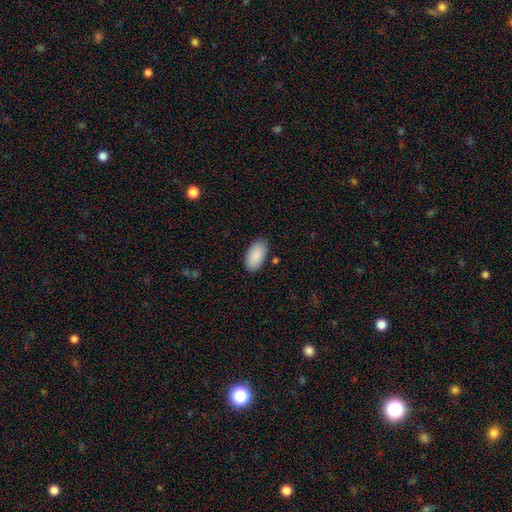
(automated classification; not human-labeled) Q: Smooth or featured?
A: smooth (91%); runner-up: star or artifact (6%)
Q: How rounded?
A: in between (96%); runner-up: round (2%)
Q: Merging?
A: none (86%); runner-up: minor disturbance (10%)